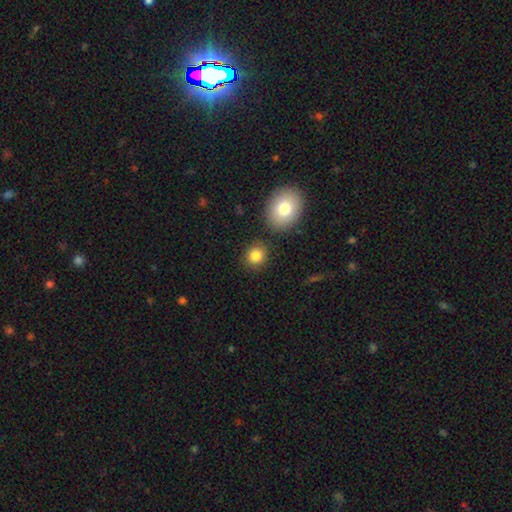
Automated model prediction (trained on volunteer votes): smooth_or_featured: smooth (p=0.84) [alt: star or artifact p=0.10]
how_rounded: round (p=0.78) [alt: in between p=0.21]
merging: none (p=0.83) [alt: minor disturbance p=0.09]